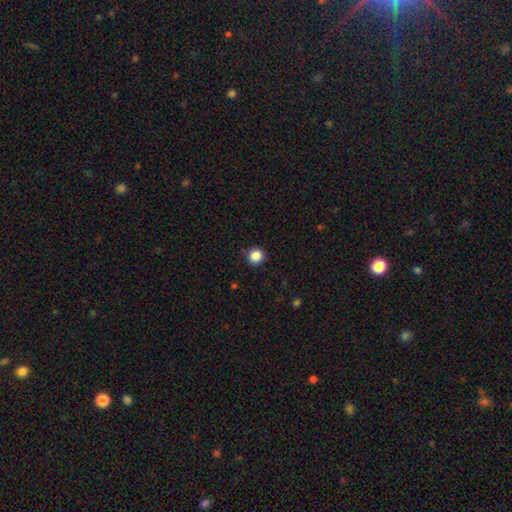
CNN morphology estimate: Smooth or featured: smooth — 87% (star or artifact — 10%)
How rounded: round — 90% (in between — 9%)
Merging: none — 87% (minor disturbance — 9%)